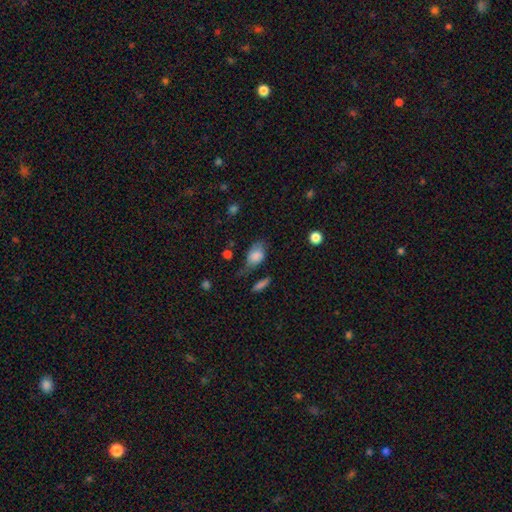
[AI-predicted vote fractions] Morphology: type=smooth (74%); roundness=in between (86%); merging=none (46%).